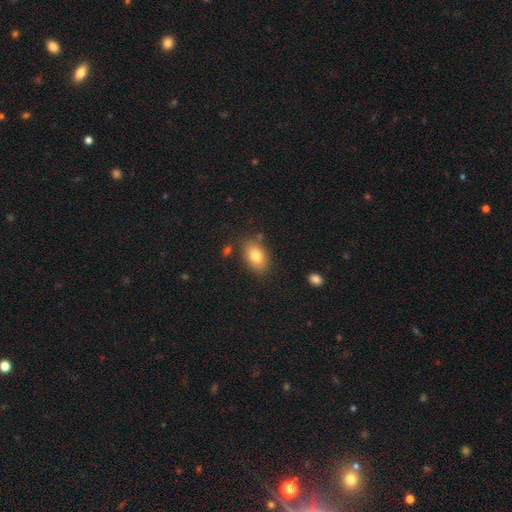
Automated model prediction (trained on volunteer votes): A smooth galaxy with no disk features (80%) that is in between round and cigar-shaped (88%). Merging: none (80%).